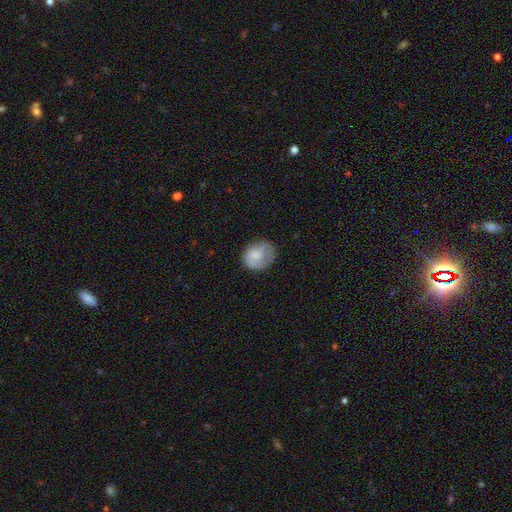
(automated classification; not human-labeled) Smooth or featured: smooth — 67% (featured or disk — 26%)
How rounded: round — 60% (in between — 39%)
Merging: none — 54% (minor disturbance — 28%)